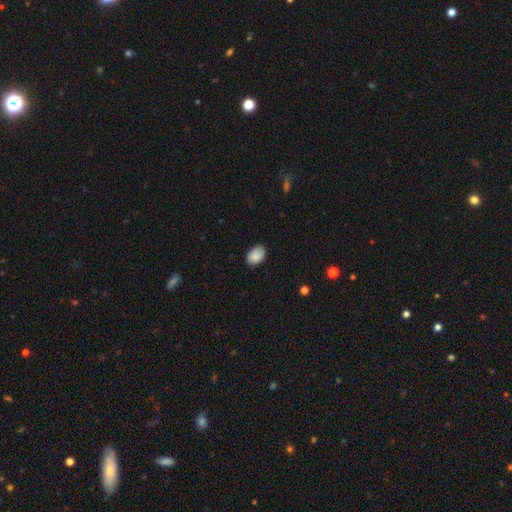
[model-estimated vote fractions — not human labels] Overall: smooth (88%). How rounded: in between (83%). Merging: none (82%).